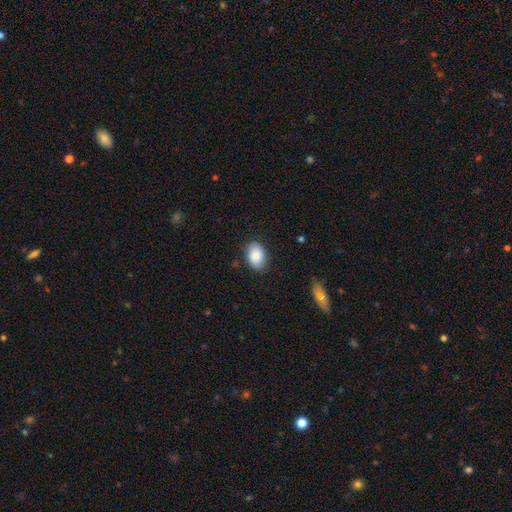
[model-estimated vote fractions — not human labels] Smooth or featured?
  - smooth: 88% *
  - star or artifact: 7%
  - featured or disk: 6%
How rounded?
  - in between: 85% *
  - round: 14%
  - cigar-shaped: 1%
Merging?
  - none: 82% *
  - minor disturbance: 14%
  - major disturbance: 3%
  - merger: 1%